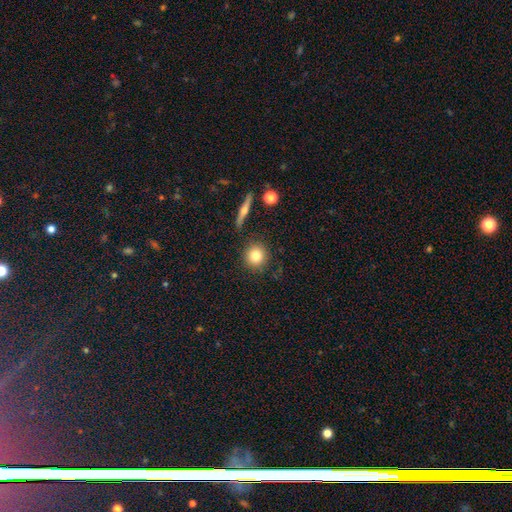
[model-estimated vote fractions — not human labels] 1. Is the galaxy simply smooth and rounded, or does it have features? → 81% smooth, 10% featured or disk, 9% star or artifact.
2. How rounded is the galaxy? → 90% round, 9% in between, 1% cigar-shaped.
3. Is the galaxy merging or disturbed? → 87% none, 8% minor disturbance, 3% merger, 2% major disturbance.